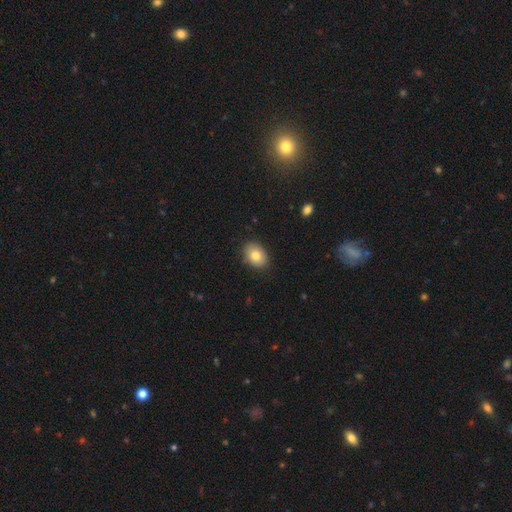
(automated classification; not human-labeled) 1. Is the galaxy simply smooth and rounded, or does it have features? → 80% smooth, 12% featured or disk, 8% star or artifact.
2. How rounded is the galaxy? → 74% in between, 25% round, 1% cigar-shaped.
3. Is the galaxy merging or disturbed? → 86% none, 10% minor disturbance, 2% major disturbance, 1% merger.